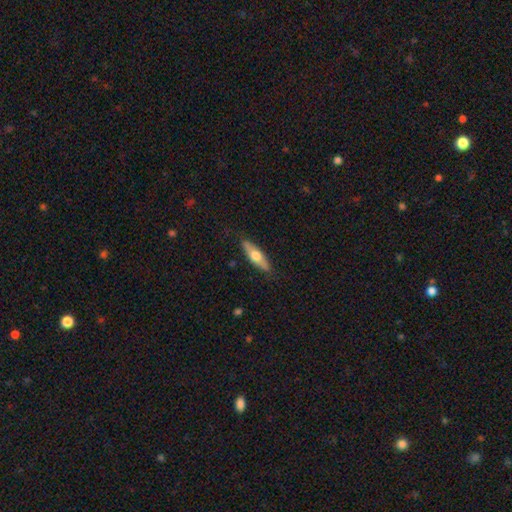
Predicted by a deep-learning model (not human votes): Smooth or featured? Predicted: smooth (p=0.55). How rounded? Predicted: in between (p=0.49, tied with cigar-shaped). Merging? Predicted: none (p=0.84).